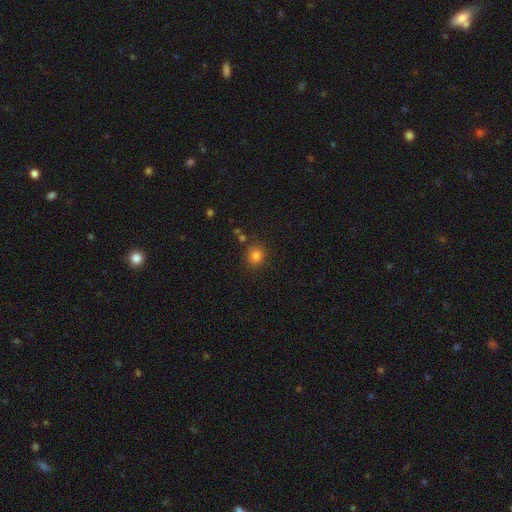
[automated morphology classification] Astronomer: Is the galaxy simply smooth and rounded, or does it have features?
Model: smooth — 81%.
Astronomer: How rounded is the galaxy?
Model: round — 85%.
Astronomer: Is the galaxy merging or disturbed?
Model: none — 83%.